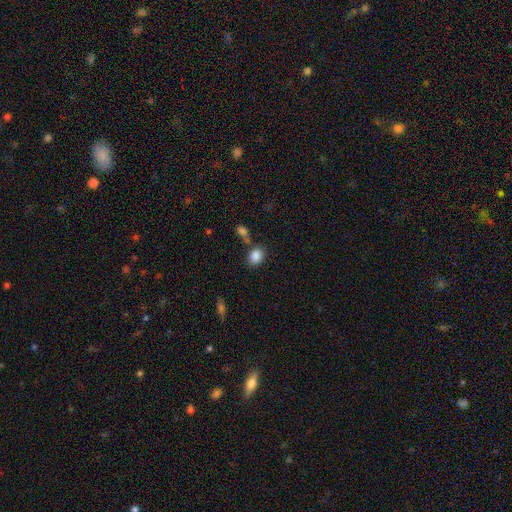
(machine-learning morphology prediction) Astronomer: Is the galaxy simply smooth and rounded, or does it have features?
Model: smooth — 86%.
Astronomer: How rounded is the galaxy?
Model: in between — 65%.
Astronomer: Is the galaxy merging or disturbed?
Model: none — 69%.